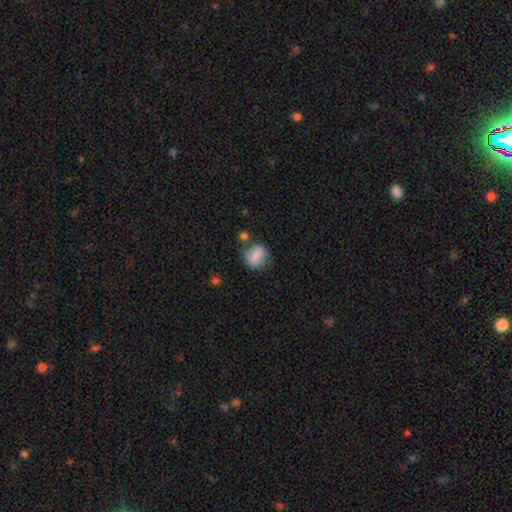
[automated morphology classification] smooth_or_featured: smooth (p=0.76) [alt: featured or disk p=0.15]
how_rounded: round (p=0.54) [alt: in between p=0.43]
merging: none (p=0.62) [alt: minor disturbance p=0.21]